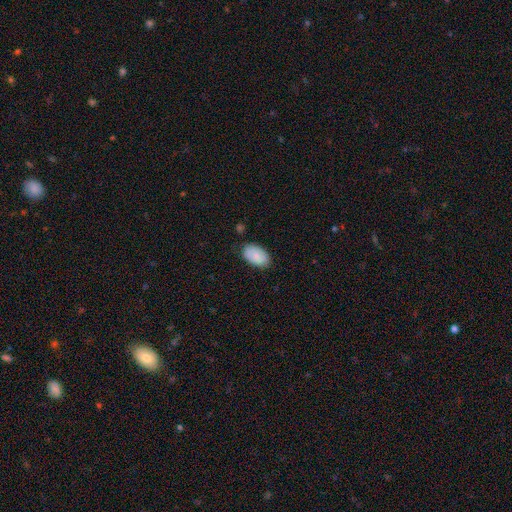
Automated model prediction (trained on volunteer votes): smooth 81%, featured or disk 13%, star or artifact 6%. Down the decision tree: how rounded — in between (93%); merging — none (80%).